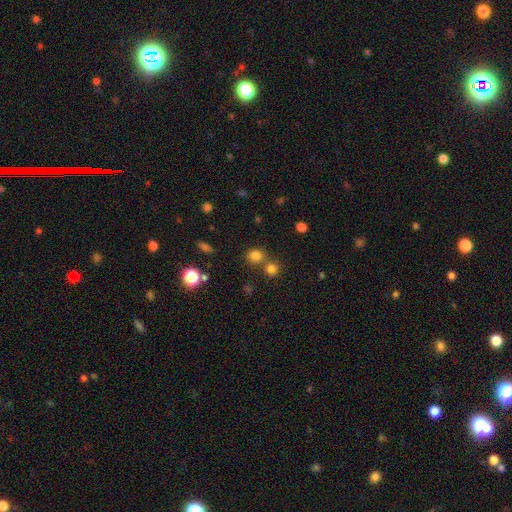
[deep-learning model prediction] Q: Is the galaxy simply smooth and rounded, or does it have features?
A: smooth — 78%.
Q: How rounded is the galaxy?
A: round — 82%.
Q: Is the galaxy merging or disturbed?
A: none — 66%.